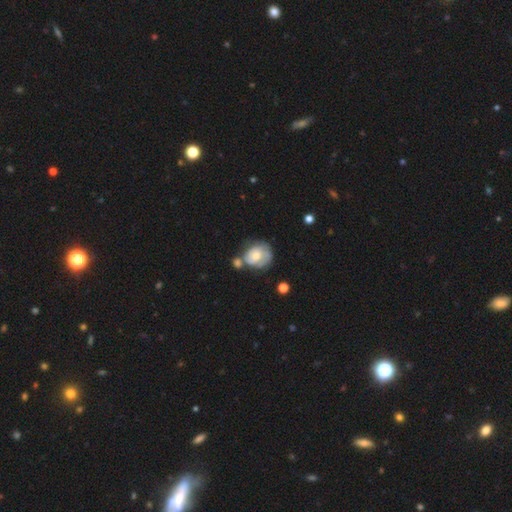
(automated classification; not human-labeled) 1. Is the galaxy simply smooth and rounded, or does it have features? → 53% smooth, 40% featured or disk, 7% star or artifact.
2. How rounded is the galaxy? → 67% round, 32% in between, 1% cigar-shaped.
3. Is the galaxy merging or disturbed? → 38% none, 27% merger, 23% minor disturbance, 12% major disturbance.